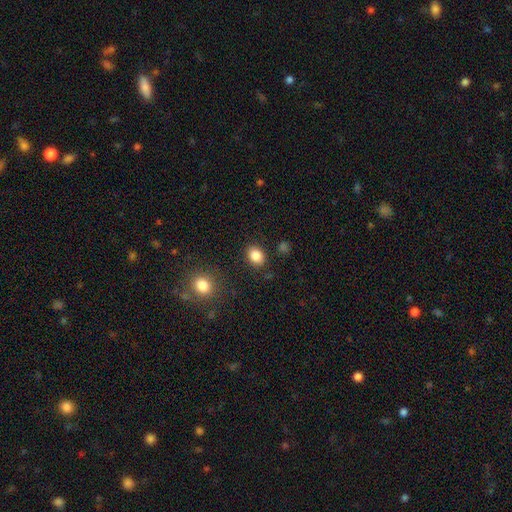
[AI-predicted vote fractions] A smooth galaxy with no disk features (85%) that is in between round and cigar-shaped (58%). Merging: none (86%).